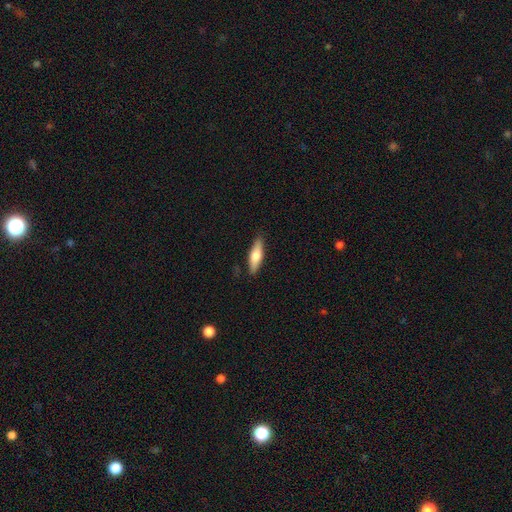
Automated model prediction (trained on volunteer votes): A smooth galaxy with no disk features (63%) that is cigar-shaped (56%). Merging: none (87%).